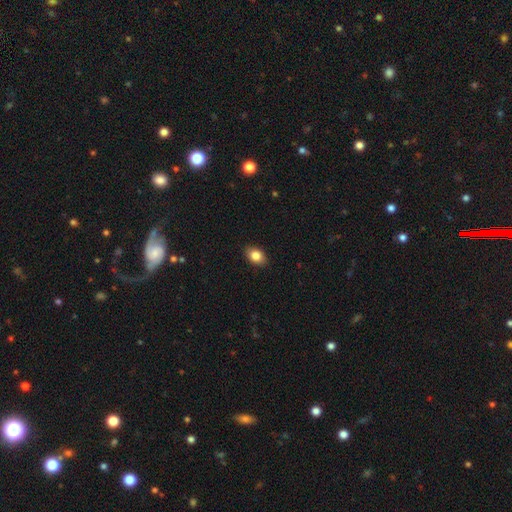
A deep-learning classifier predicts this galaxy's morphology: smooth-or-featured: smooth: 85% | star or artifact: 8% | featured or disk: 7%
  how-rounded: in between: 80% | round: 18% | cigar-shaped: 1%
  merging: none: 89% | minor disturbance: 9% | major disturbance: 2% | merger: 1%